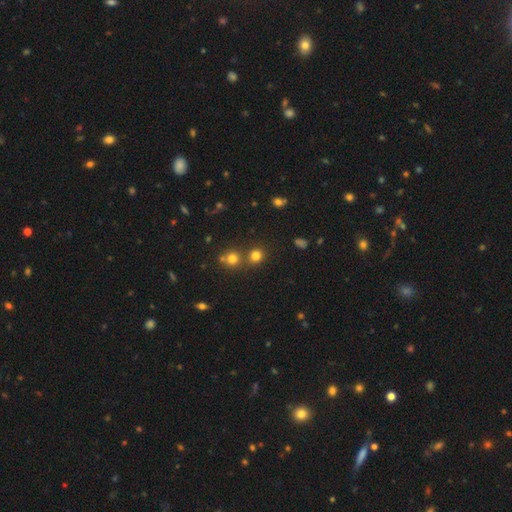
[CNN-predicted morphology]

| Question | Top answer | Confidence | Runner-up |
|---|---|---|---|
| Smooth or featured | smooth | 74% | star or artifact (20%) |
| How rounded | round | 85% | in between (14%) |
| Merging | none | 70% | merger (20%) |